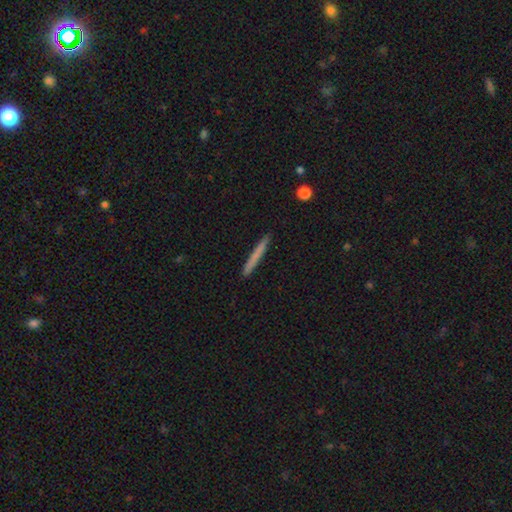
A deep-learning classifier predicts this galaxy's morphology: Smooth or featured? Predicted: smooth (p=0.69). How rounded? Predicted: cigar-shaped (p=0.97). Merging? Predicted: none (p=0.92).